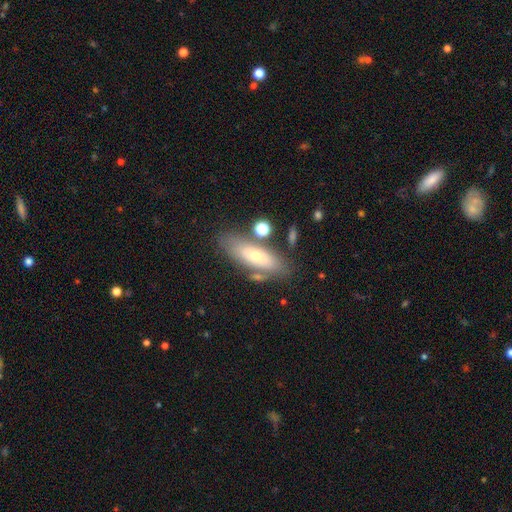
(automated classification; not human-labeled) smooth_or_featured: smooth (p=0.57) [alt: featured or disk p=0.35]
how_rounded: in between (p=0.62) [alt: cigar-shaped p=0.35]
merging: none (p=0.70) [alt: minor disturbance p=0.15]